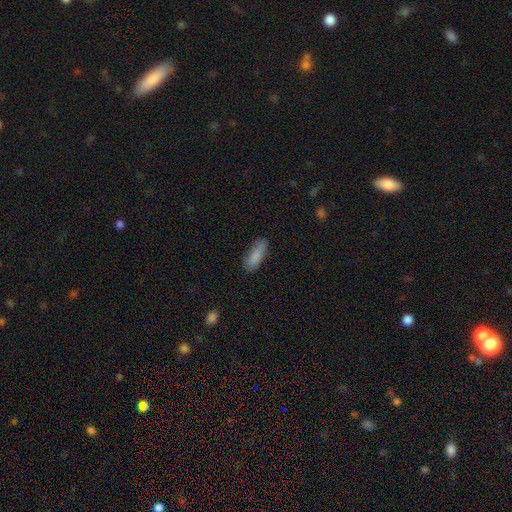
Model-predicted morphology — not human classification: Q: Smooth or featured?
A: smooth (86%); runner-up: featured or disk (7%)
Q: How rounded?
A: in between (63%); runner-up: cigar-shaped (35%)
Q: Merging?
A: none (78%); runner-up: minor disturbance (17%)